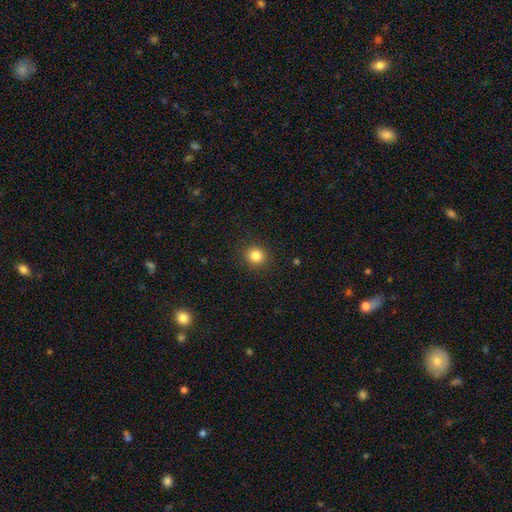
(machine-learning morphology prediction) Q: Smooth or featured?
A: smooth (84%); runner-up: star or artifact (11%)
Q: How rounded?
A: round (87%); runner-up: in between (12%)
Q: Merging?
A: none (90%); runner-up: minor disturbance (6%)